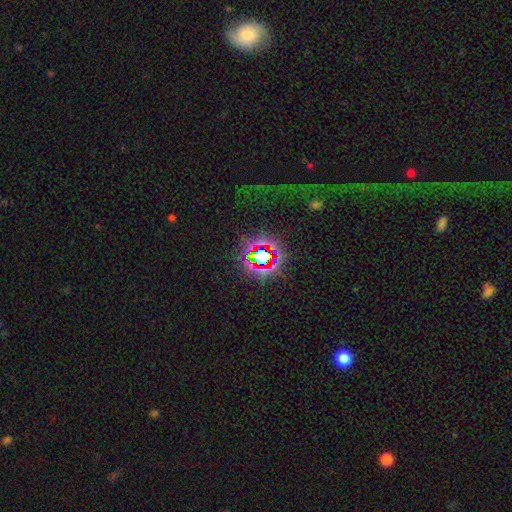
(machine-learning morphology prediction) smooth_or_featured: star or artifact (p=0.78) [alt: smooth p=0.13]